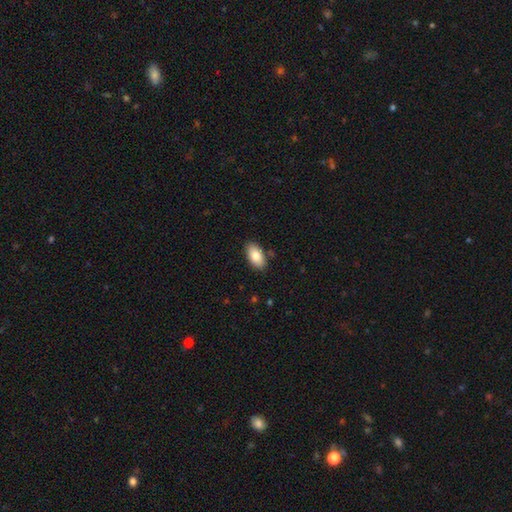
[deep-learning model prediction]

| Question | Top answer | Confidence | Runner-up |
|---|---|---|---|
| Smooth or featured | smooth | 84% | featured or disk (10%) |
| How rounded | in between | 94% | round (3%) |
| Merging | none | 86% | minor disturbance (10%) |